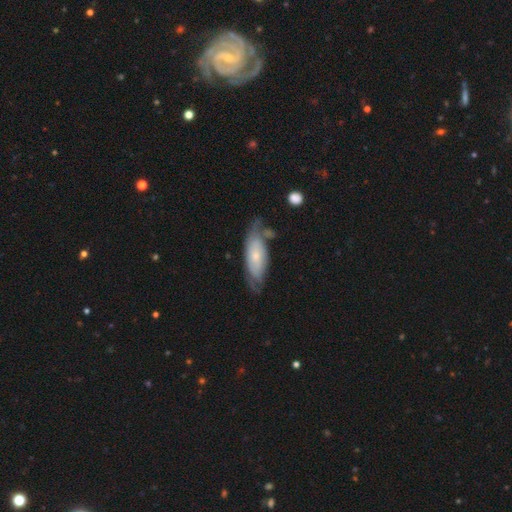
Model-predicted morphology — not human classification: Smooth or featured?
  - featured or disk: 48% *
  - smooth: 46%
  - star or artifact: 6%
Merging?
  - none: 55% *
  - minor disturbance: 28%
  - major disturbance: 12%
  - merger: 6%